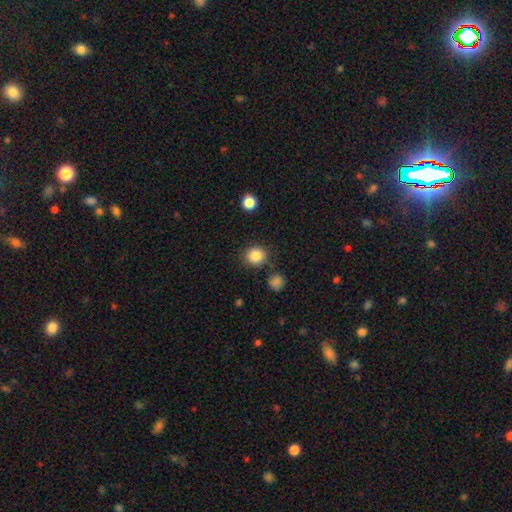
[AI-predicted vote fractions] This is clearly a smooth galaxy (86%). How rounded: clearly round (84%). Merging: clearly none (84%).